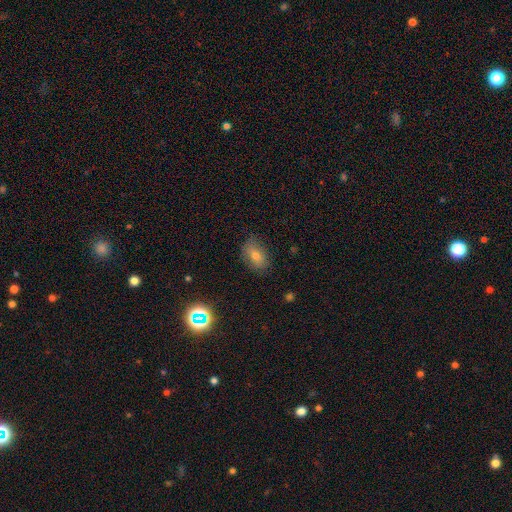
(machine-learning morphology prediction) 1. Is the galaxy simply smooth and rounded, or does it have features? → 68% smooth, 17% star or artifact, 16% featured or disk.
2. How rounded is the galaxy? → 83% in between, 15% round, 2% cigar-shaped.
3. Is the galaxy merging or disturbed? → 78% none, 16% minor disturbance, 4% major disturbance, 1% merger.